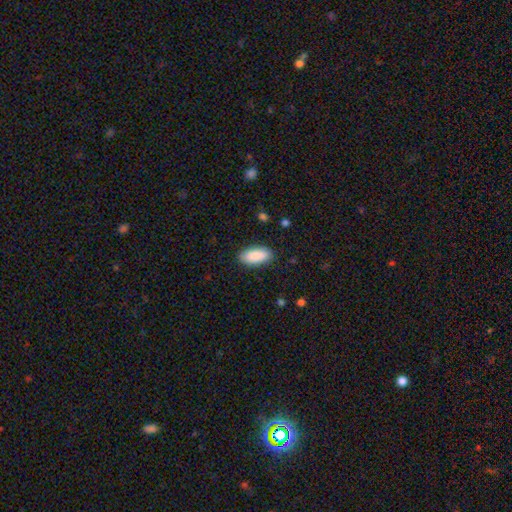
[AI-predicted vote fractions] smooth_or_featured: smooth (p=0.90) [alt: star or artifact p=0.06]
how_rounded: in between (p=0.88) [alt: cigar-shaped p=0.10]
merging: none (p=0.88) [alt: minor disturbance p=0.09]